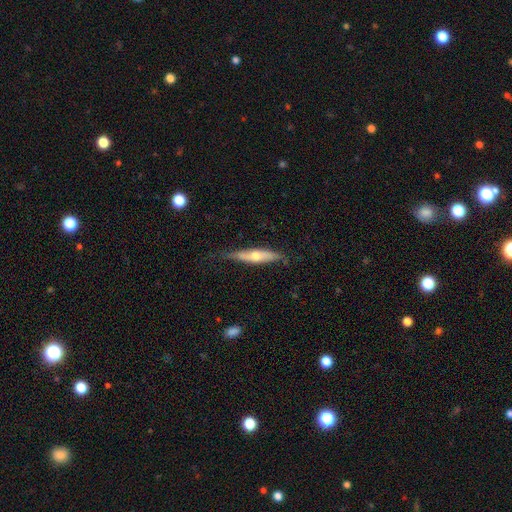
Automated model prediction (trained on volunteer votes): Smooth or featured? featured or disk (50%)
Edge-on disk? yes (83%)
Merging? none (70%)